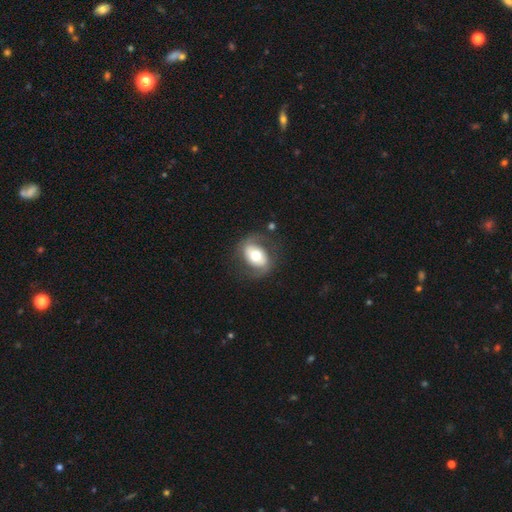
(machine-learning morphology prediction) featured or disk 51%, smooth 42%, star or artifact 7%. Down the decision tree: edge-on disk — no (94%); merging — none (69%).